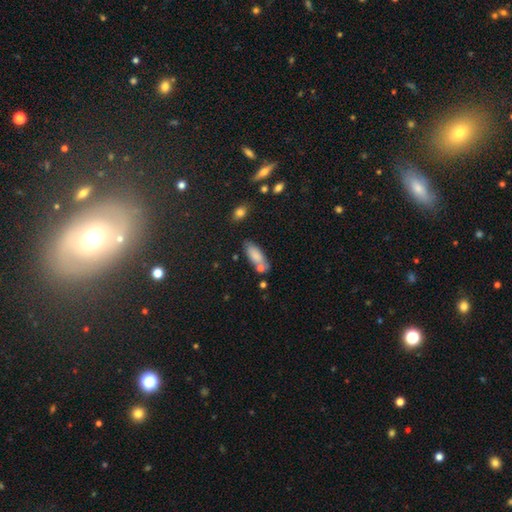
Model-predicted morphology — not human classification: smooth-or-featured: smooth: 81% | featured or disk: 11% | star or artifact: 8%
  how-rounded: in between: 73% | cigar-shaped: 25% | round: 2%
  merging: none: 64% | minor disturbance: 17% | merger: 14% | major disturbance: 5%